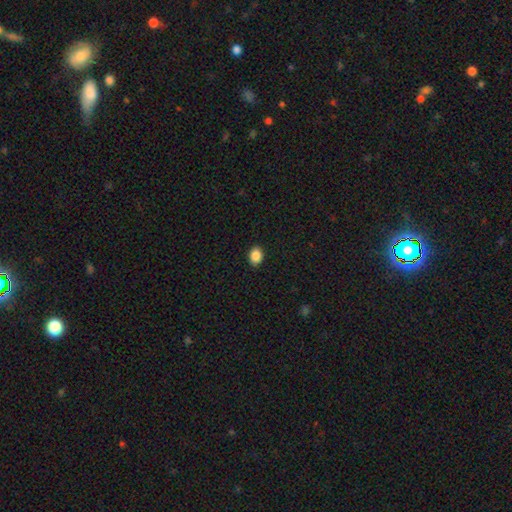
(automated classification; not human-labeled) A smooth galaxy with no disk features (88%) that is in between round and cigar-shaped (69%). Merging: none (90%).